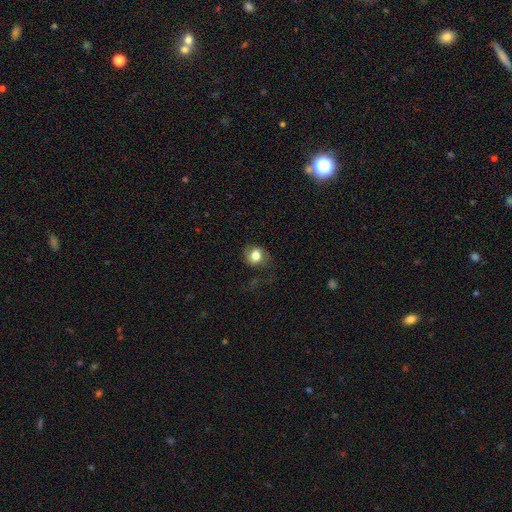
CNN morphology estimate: Smooth or featured: smooth — 79% (featured or disk — 12%)
How rounded: round — 73% (in between — 26%)
Merging: none — 62% (minor disturbance — 21%)